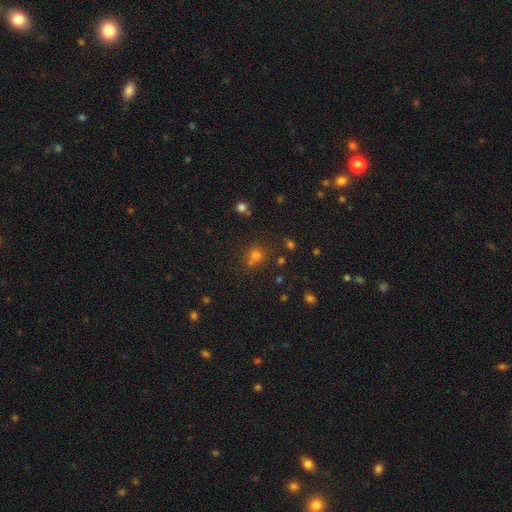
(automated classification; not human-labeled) smooth 61%, star or artifact 30%, featured or disk 9%. Down the decision tree: how rounded — round (85%); merging — none (66%).